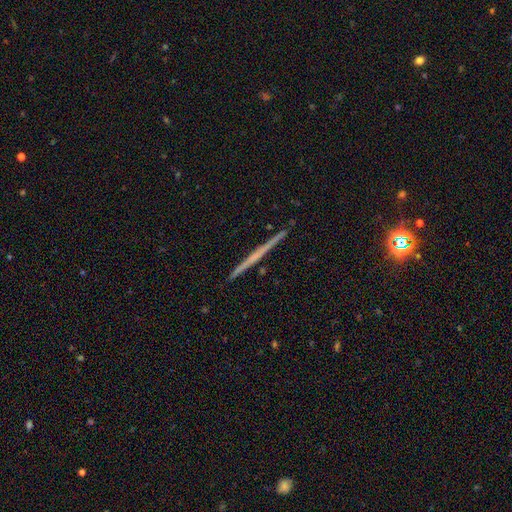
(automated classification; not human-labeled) This appears to be a featured or disk galaxy (61%) viewed edge-on (98%) with no central bulge (87%). Merging: none (93%).